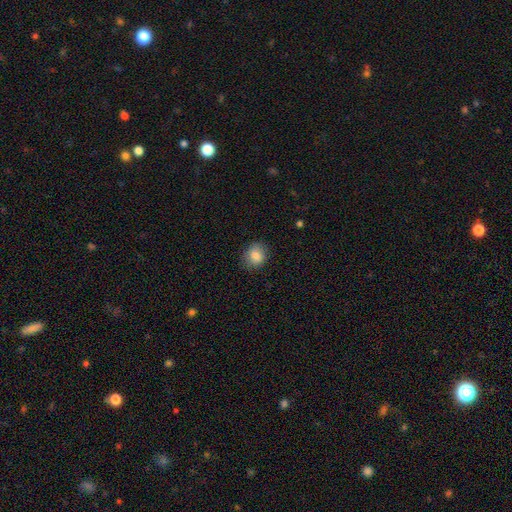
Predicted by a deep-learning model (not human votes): The model was most divided on "how rounded": round: 69%, in between: 31%, cigar-shaped: 1%. More confident: smooth or featured — smooth (84%); merging — none (82%).